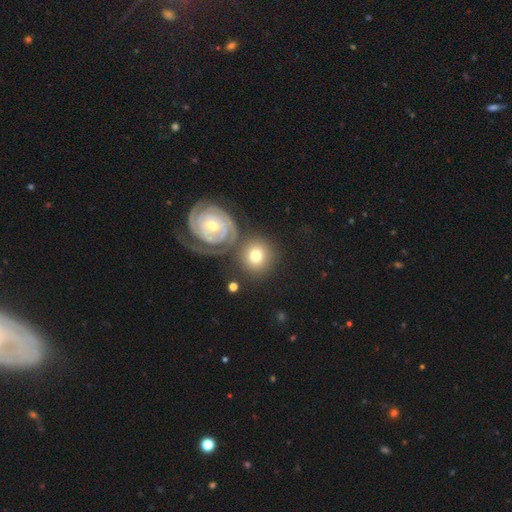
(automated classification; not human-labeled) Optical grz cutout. It shows a smooth galaxy with no disk features (55%) that is round (84%). Merging: none (68%).